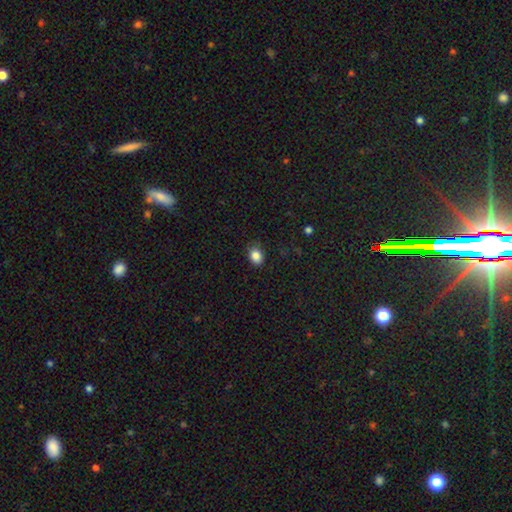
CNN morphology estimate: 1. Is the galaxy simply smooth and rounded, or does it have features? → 85% smooth, 10% star or artifact, 5% featured or disk.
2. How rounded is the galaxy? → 59% in between, 40% round, 1% cigar-shaped.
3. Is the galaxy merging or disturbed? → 81% none, 15% minor disturbance, 3% major disturbance, 1% merger.